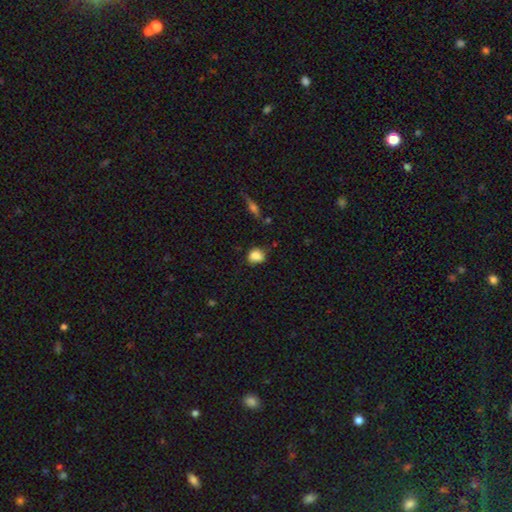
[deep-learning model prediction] Morphology: type=smooth (83%); roundness=round (50%); merging=none (60%).